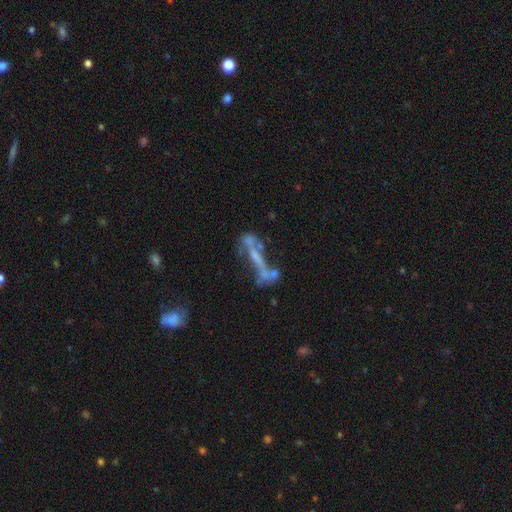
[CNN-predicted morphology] smooth_or_featured: featured or disk (p=0.61) [alt: smooth p=0.21]
disk_edge_on: no (p=0.72) [alt: yes p=0.28]
merging: merger (p=0.33) [alt: none p=0.29]